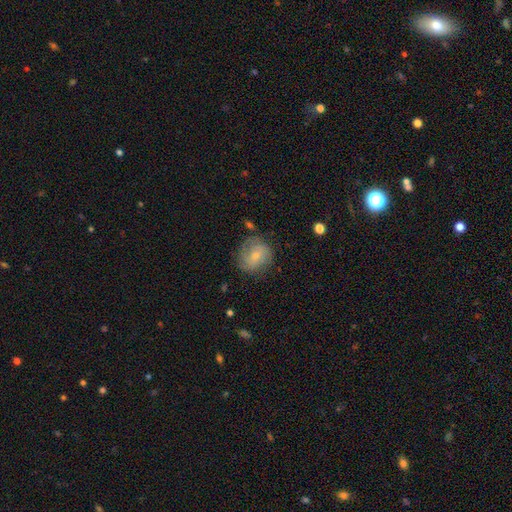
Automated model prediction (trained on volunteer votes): Smooth or featured: smooth — 47% (featured or disk — 45%)
Merging: none — 68% (minor disturbance — 22%)